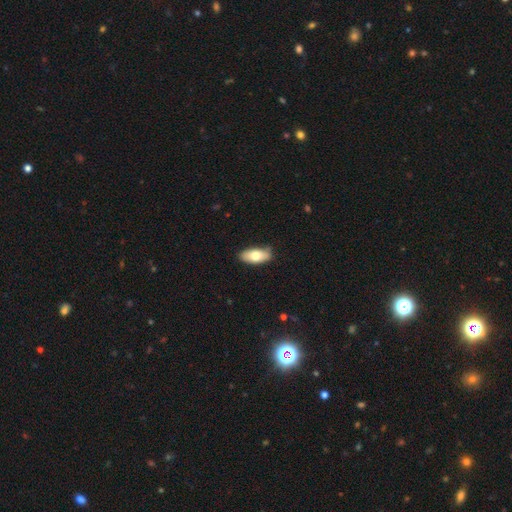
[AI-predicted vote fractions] Smooth or featured: smooth — 76% (featured or disk — 18%)
How rounded: in between — 85% (cigar-shaped — 12%)
Merging: none — 84% (minor disturbance — 13%)